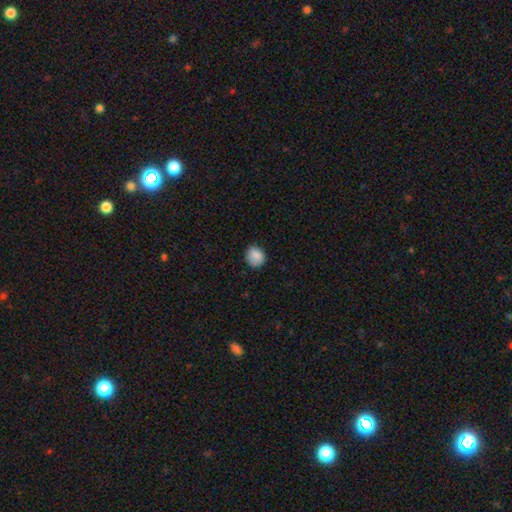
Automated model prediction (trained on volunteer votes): Smooth or featured?
  - smooth: 87% *
  - star or artifact: 9%
  - featured or disk: 5%
How rounded?
  - round: 72% *
  - in between: 27%
  - cigar-shaped: 1%
Merging?
  - none: 80% *
  - minor disturbance: 16%
  - major disturbance: 3%
  - merger: 1%